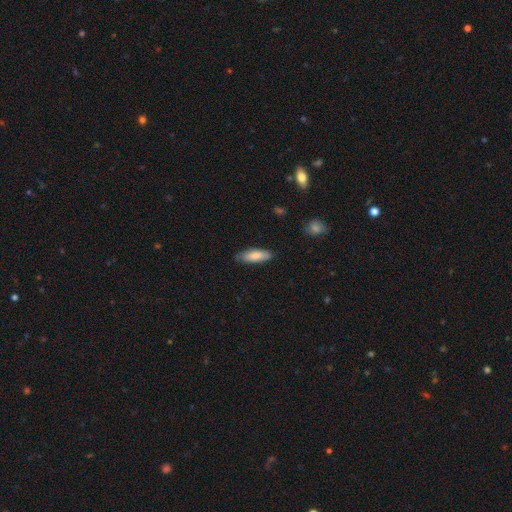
smooth_or_featured: smooth (p=0.76) [alt: featured or disk p=0.22]
how_rounded: in between (p=0.68) [alt: cigar-shaped p=0.32]
merging: none (p=0.72) [alt: minor disturbance p=0.25]